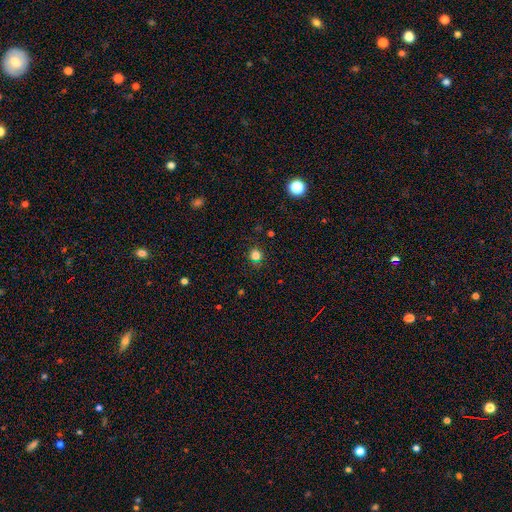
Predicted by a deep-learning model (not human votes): Smooth or featured? smooth (78%)
How rounded? round (86%)
Merging? none (86%)